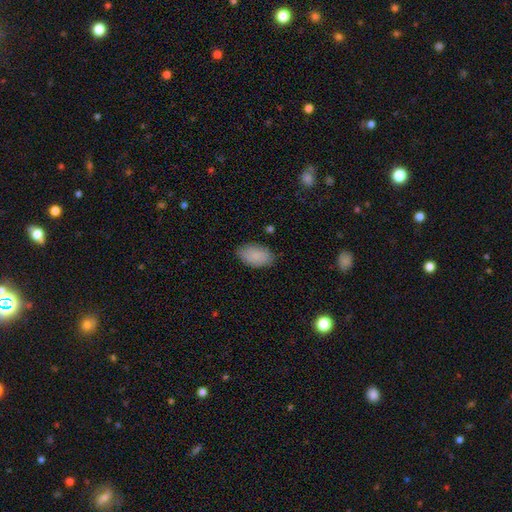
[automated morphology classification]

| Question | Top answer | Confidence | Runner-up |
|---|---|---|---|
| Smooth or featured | smooth | 88% | star or artifact (6%) |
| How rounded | in between | 93% | round (5%) |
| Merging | none | 82% | minor disturbance (14%) |